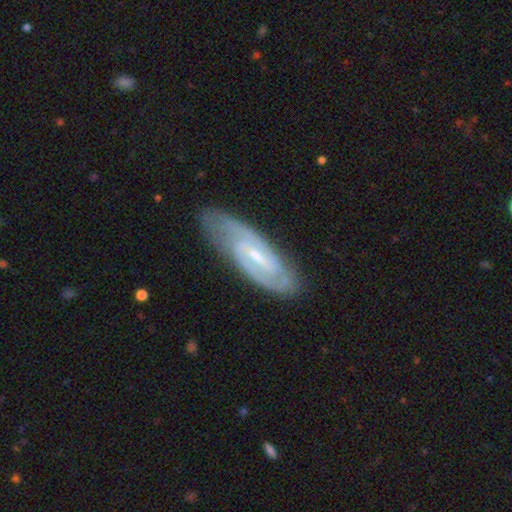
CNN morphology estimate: featured or disk 86%, smooth 9%, star or artifact 5%. Down the decision tree: edge-on disk — no (90%); bar — weak (51%); spiral arms — yes (96%); spiral arm count — 2 (75%); spiral winding — tight (48%); bulge size — small (66%); merging — none (77%).